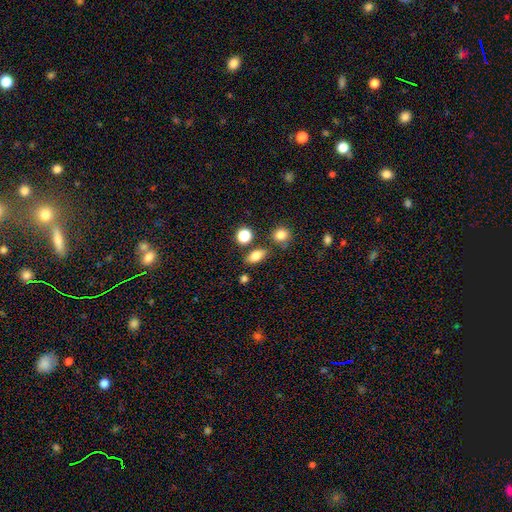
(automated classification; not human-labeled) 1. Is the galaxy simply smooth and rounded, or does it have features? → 79% smooth, 11% star or artifact, 10% featured or disk.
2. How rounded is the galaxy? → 78% in between, 16% round, 5% cigar-shaped.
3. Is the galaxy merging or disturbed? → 78% none, 11% minor disturbance, 7% merger, 3% major disturbance.